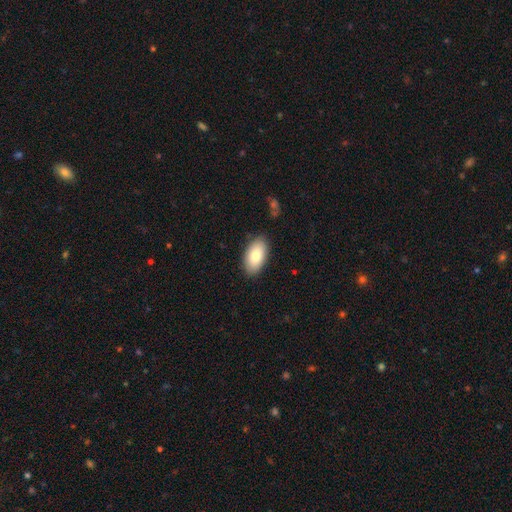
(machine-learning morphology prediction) Overall: smooth (83%). How rounded: in between (95%). Merging: none (86%).